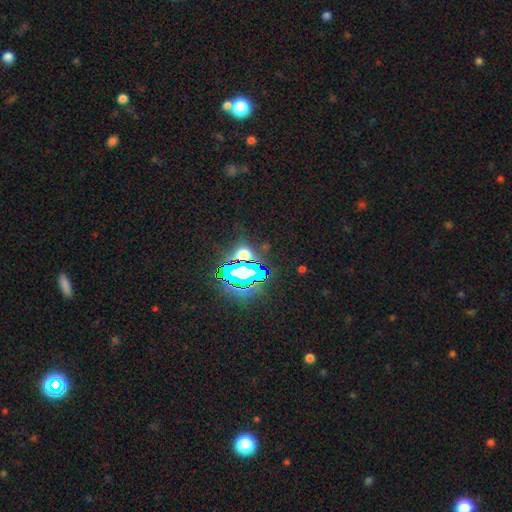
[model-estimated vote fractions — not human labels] The model was most divided on "smooth or featured": star or artifact: 83%, smooth: 10%, featured or disk: 7%.